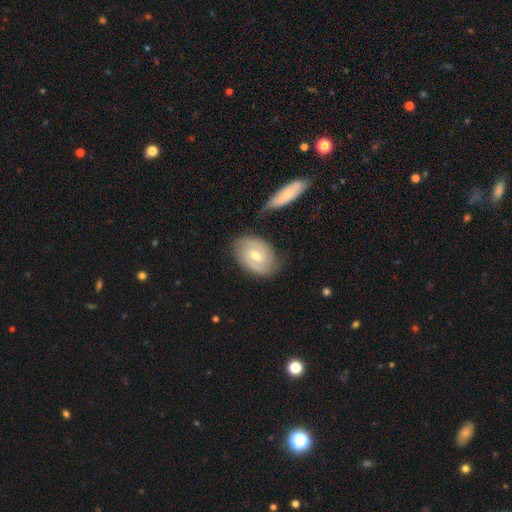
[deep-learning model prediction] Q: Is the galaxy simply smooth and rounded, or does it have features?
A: featured or disk — 81%.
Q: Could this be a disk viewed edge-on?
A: no — 96%.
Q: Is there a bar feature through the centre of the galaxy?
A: weak — 55%.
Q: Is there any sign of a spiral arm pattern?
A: yes — 95%.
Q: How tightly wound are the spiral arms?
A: tight — 52%.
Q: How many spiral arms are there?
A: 2 — 78%.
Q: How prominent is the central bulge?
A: moderate — 57%.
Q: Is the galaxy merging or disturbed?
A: none — 76%.